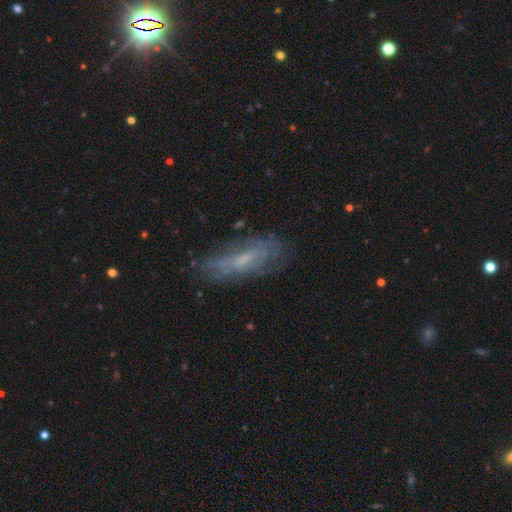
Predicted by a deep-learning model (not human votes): This appears to be a featured or disk galaxy (50%). Merging: none (70%).